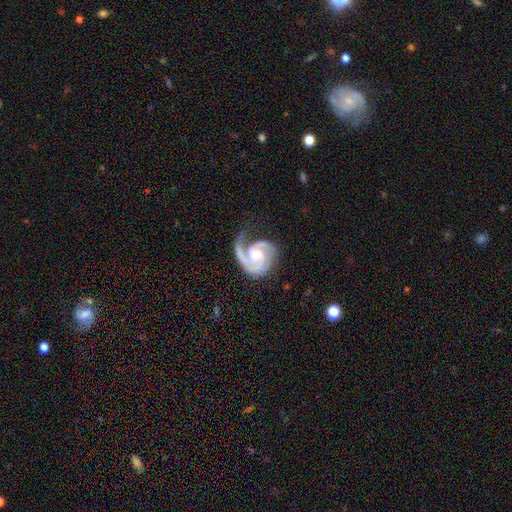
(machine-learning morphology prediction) A featured or disk galaxy (92%) with no bar (57%), 2 (61%) tight (54%) spiral arms (98%) and a moderate central bulge (50%). Merging: none (53%).